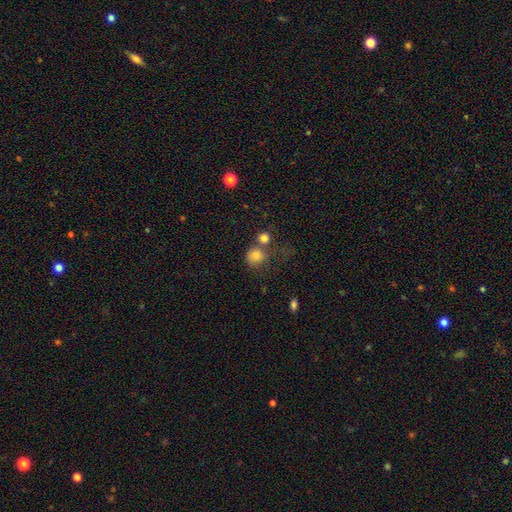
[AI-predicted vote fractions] smooth_or_featured: smooth (p=0.81) [alt: star or artifact p=0.12]
how_rounded: round (p=0.83) [alt: in between p=0.16]
merging: none (p=0.48) [alt: merger p=0.33]